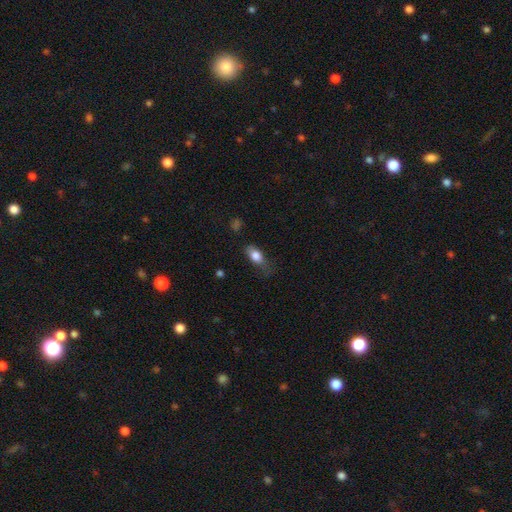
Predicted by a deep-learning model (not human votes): smooth_or_featured: smooth (p=0.80) [alt: featured or disk p=0.12]
how_rounded: in between (p=0.83) [alt: cigar-shaped p=0.10]
merging: none (p=0.49) [alt: minor disturbance p=0.32]